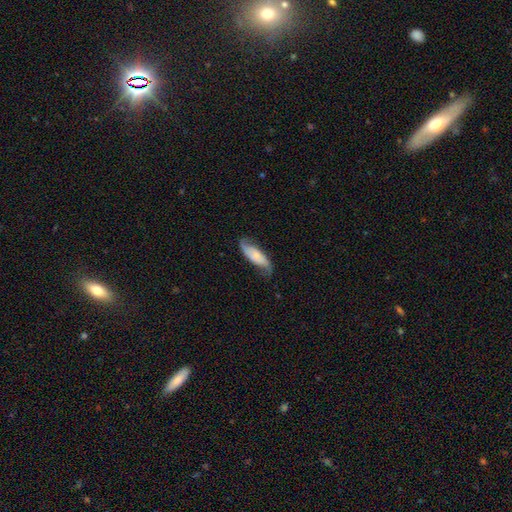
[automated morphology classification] Q: Smooth or featured?
A: featured or disk (60%); runner-up: smooth (34%)
Q: Edge-on disk?
A: no (88%); runner-up: yes (12%)
Q: Bar?
A: no (64%); runner-up: weak (24%)
Q: Spiral arms?
A: yes (91%); runner-up: no (9%)
Q: Bulge size?
A: small (57%); runner-up: moderate (24%)
Q: Merging?
A: none (67%); runner-up: minor disturbance (22%)